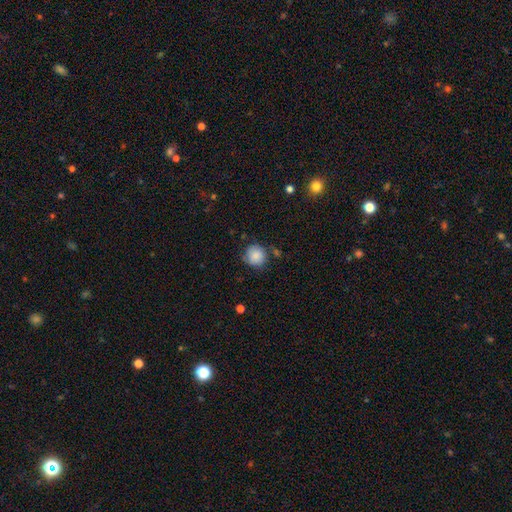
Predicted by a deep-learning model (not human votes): The model was most divided on "merging": none: 76%, minor disturbance: 16%, major disturbance: 4%, merger: 4%. More confident: how rounded — round (91%); smooth or featured — smooth (86%).